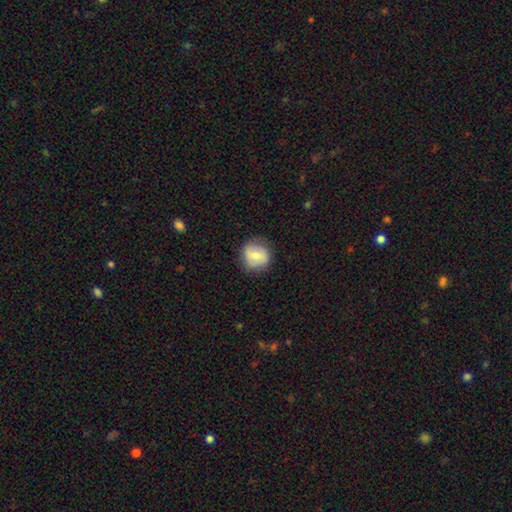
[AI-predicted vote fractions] Smooth or featured: smooth — 63% (featured or disk — 30%)
How rounded: round — 88% (in between — 11%)
Merging: none — 81% (minor disturbance — 14%)